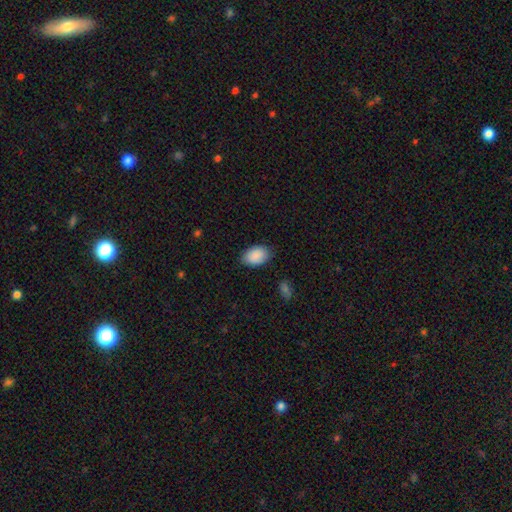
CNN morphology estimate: This is clearly a smooth galaxy (89%). How rounded: clearly in between (89%). Merging: clearly none (81%).